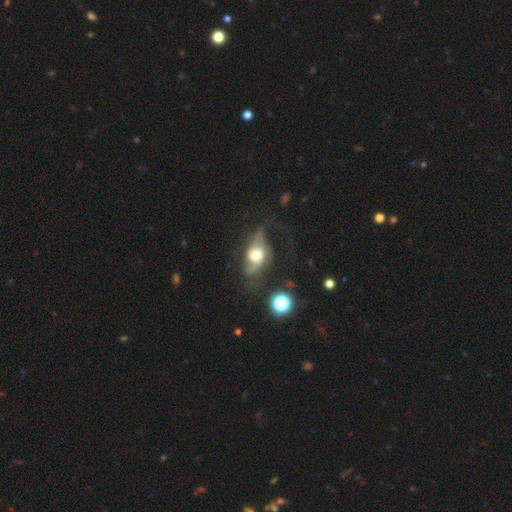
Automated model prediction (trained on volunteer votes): featured or disk 53%, smooth 37%, star or artifact 10%. Down the decision tree: edge-on disk — no (79%); merging — none (39%).